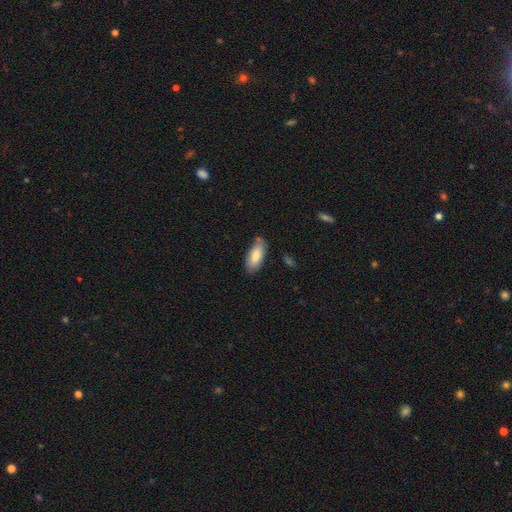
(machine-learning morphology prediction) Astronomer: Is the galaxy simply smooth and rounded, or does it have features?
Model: smooth — 82%.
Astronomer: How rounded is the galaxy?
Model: in between — 83%.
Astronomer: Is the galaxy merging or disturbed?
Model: none — 76%.